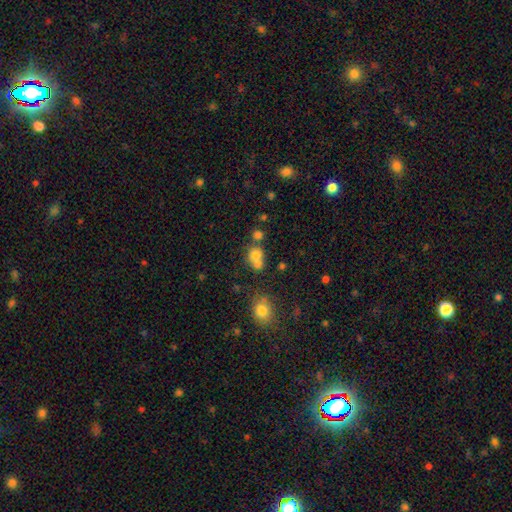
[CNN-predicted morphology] smooth-or-featured: smooth: 73% | star or artifact: 14% | featured or disk: 13%
  how-rounded: round: 75% | in between: 24% | cigar-shaped: 1%
  merging: merger: 49% | none: 39% | minor disturbance: 8% | major disturbance: 4%